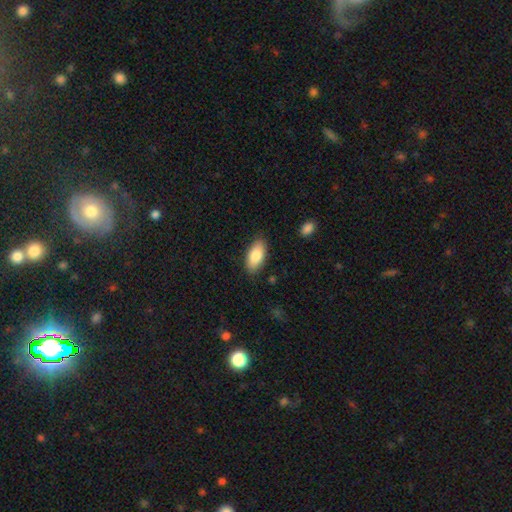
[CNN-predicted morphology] smooth 83%, featured or disk 10%, star or artifact 6%. Down the decision tree: how rounded — in between (91%); merging — none (85%).